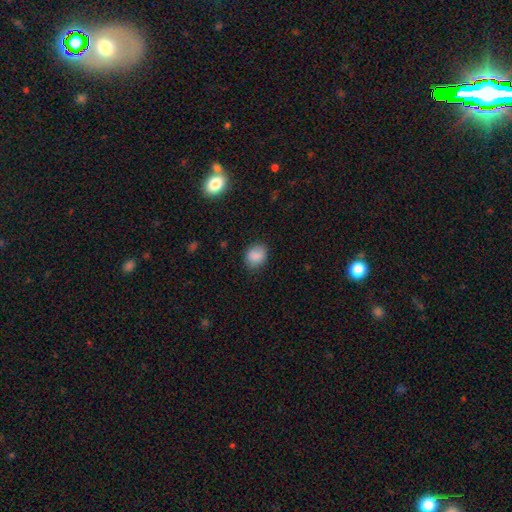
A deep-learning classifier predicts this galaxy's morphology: Smooth or featured? Predicted: smooth (p=0.86). How rounded? Predicted: round (p=0.57). Merging? Predicted: none (p=0.81).